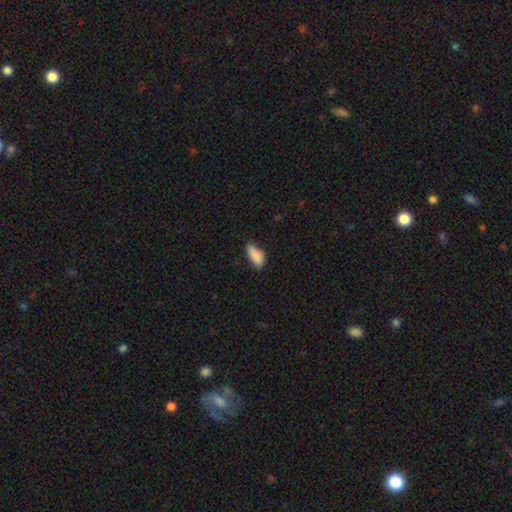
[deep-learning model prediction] Morphology: type=smooth (87%); roundness=in between (87%); merging=none (58%).